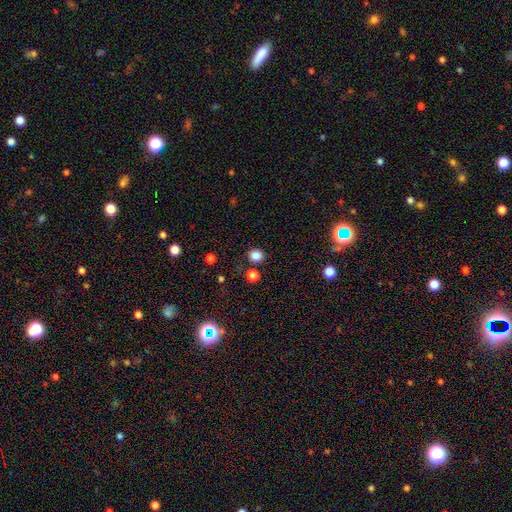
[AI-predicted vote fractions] A smooth galaxy with no disk features (83%) that is round (82%). Merging: none (84%).